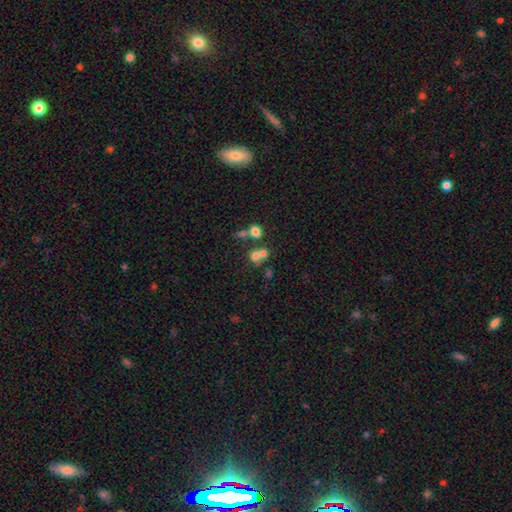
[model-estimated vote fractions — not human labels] The model was most divided on "merging": merger: 51%, none: 36%, minor disturbance: 7%, major disturbance: 5%. More confident: how rounded — round (73%); smooth or featured — smooth (64%).